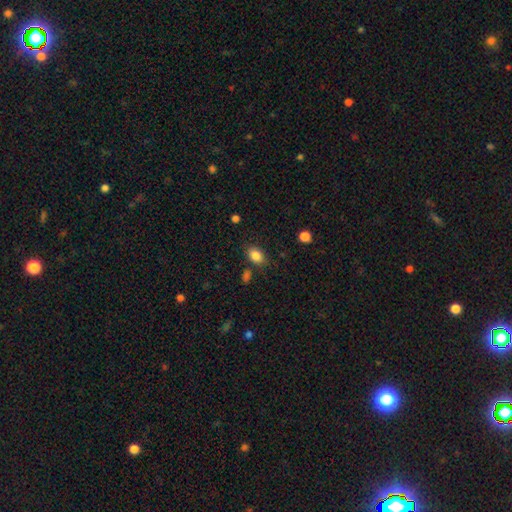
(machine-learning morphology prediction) The model was most divided on "how rounded": in between: 75%, round: 24%, cigar-shaped: 1%. More confident: smooth or featured — smooth (84%); merging — none (79%).